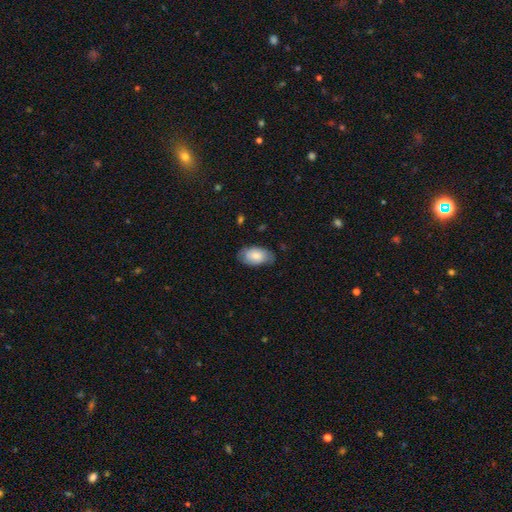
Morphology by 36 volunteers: smooth_or_featured: smooth (p=0.81) [alt: featured or disk p=0.17]
how_rounded: in between (p=0.93) [alt: round p=0.07]
merging: none (p=0.83) [alt: minor disturbance p=0.11]